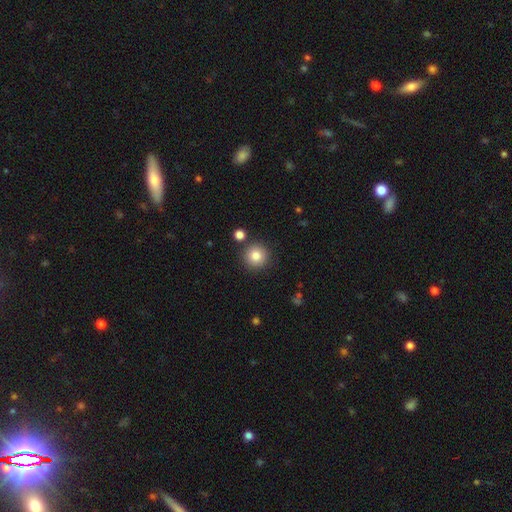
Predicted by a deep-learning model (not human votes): A smooth galaxy with no disk features (83%) that is round (95%). Merging: none (86%).